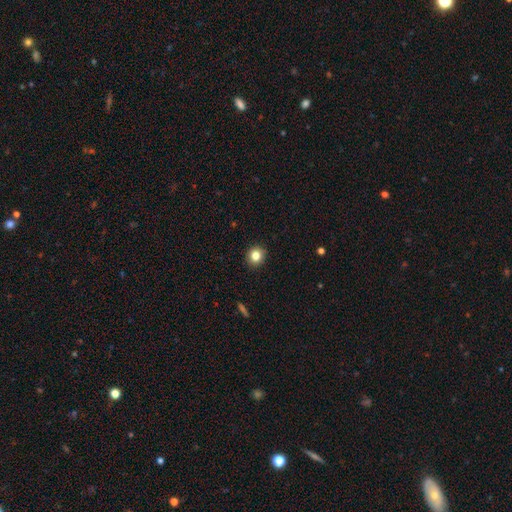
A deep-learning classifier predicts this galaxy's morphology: type=smooth (83%); roundness=round (87%); merging=none (92%).